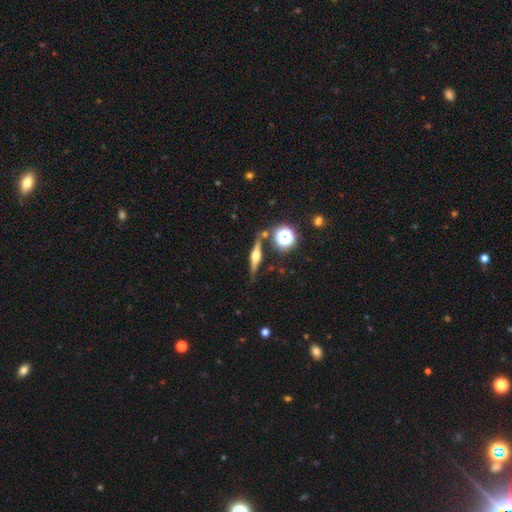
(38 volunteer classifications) Smooth or featured? featured or disk (84%)
Edge-on disk? yes (100%)
Edge-on bulge? rounded (97%)
Merging? none (78%)